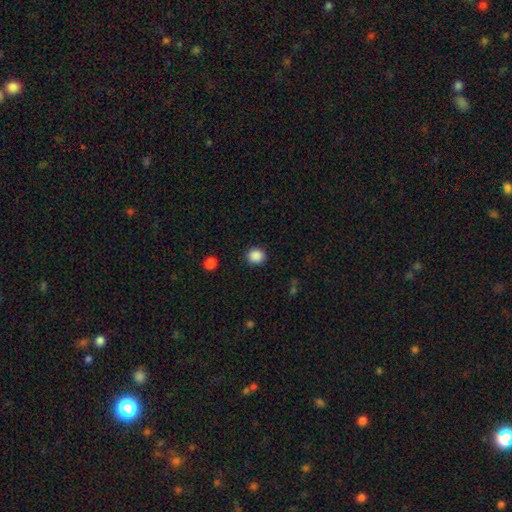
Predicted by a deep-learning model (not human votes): Smooth or featured?
  - smooth: 88% *
  - star or artifact: 10%
  - featured or disk: 3%
How rounded?
  - round: 84% *
  - in between: 15%
  - cigar-shaped: 1%
Merging?
  - none: 90% *
  - minor disturbance: 7%
  - major disturbance: 2%
  - merger: 1%